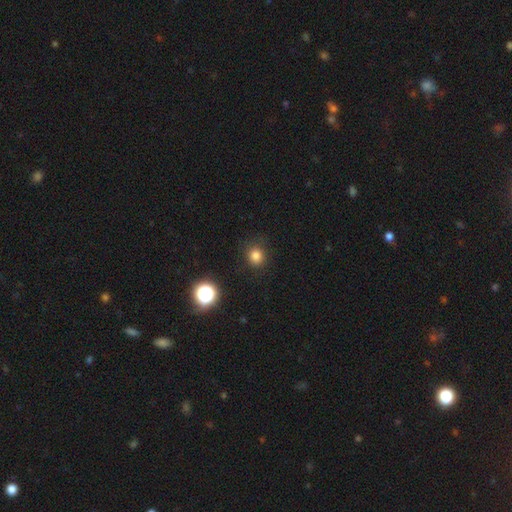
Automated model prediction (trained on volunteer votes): Smooth or featured?
  - smooth: 81% *
  - star or artifact: 14%
  - featured or disk: 5%
How rounded?
  - round: 86% *
  - in between: 13%
  - cigar-shaped: 1%
Merging?
  - none: 88% *
  - minor disturbance: 8%
  - major disturbance: 3%
  - merger: 1%